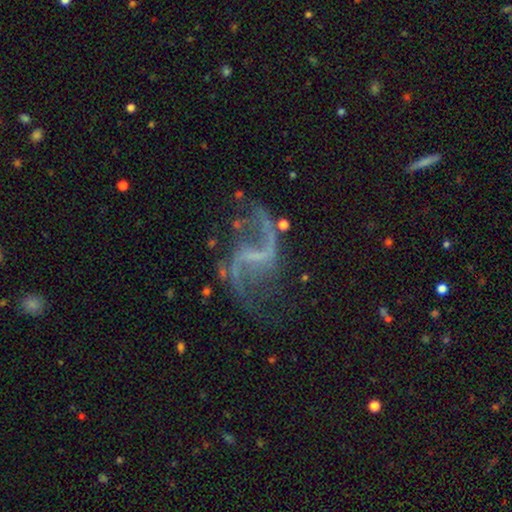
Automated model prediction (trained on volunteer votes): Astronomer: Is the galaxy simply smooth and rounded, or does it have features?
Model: featured or disk — 88%.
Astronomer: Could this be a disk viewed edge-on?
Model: no — 98%.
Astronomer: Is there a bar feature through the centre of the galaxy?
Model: weak — 46% (runner-up: strong, 33%).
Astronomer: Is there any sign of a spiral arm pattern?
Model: yes — 95%.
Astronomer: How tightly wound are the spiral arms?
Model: loose — 84%.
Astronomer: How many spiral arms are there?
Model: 2 — 91%.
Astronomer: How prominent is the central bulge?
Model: none — 54% (runner-up: small, 38%).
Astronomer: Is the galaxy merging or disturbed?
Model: none — 66%.